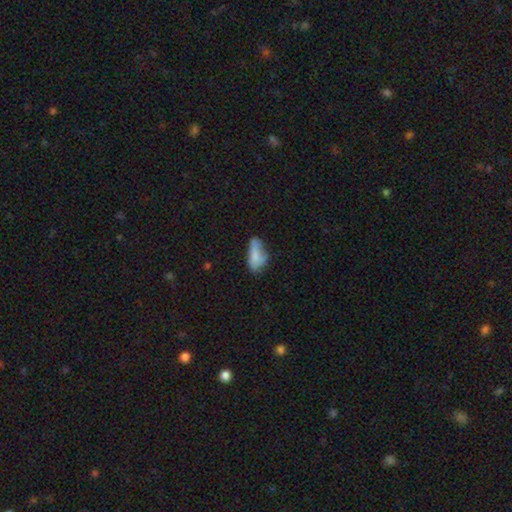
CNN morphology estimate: Smooth or featured? Predicted: smooth (p=0.72). How rounded? Predicted: in between (p=0.87). Merging? Predicted: none (p=0.35, tied with minor disturbance).